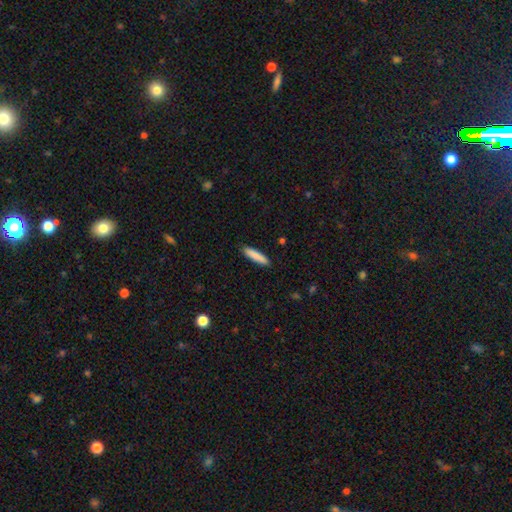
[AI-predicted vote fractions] Morphology: type=smooth (86%); roundness=cigar-shaped (84%); merging=none (89%).